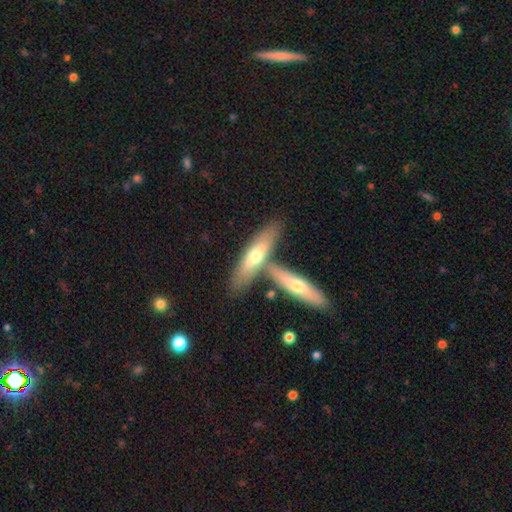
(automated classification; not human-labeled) The model was most divided on "merging": none: 47%, merger: 38%, minor disturbance: 11%, major disturbance: 4%. More confident: how rounded — cigar-shaped (66%); smooth or featured — smooth (52%).